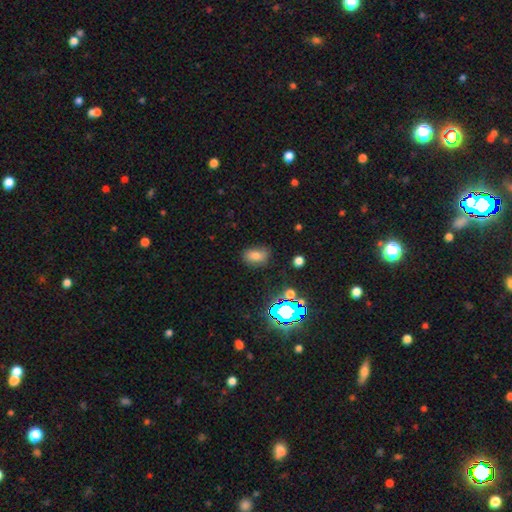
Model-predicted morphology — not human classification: Smooth or featured: smooth — 71% (star or artifact — 19%)
How rounded: in between — 83% (round — 15%)
Merging: none — 74% (minor disturbance — 18%)